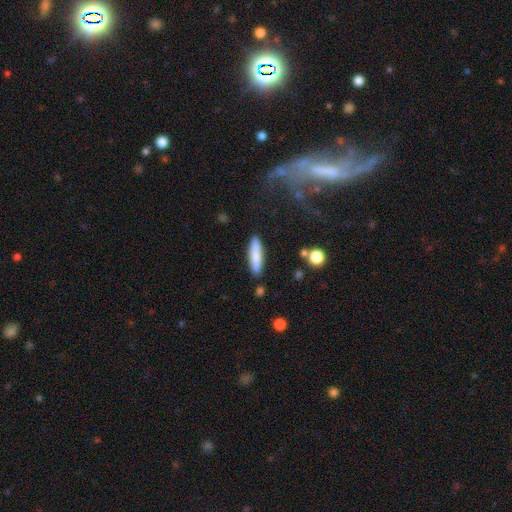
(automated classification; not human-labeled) Smooth or featured? smooth (80%)
How rounded? cigar-shaped (73%)
Merging? none (87%)